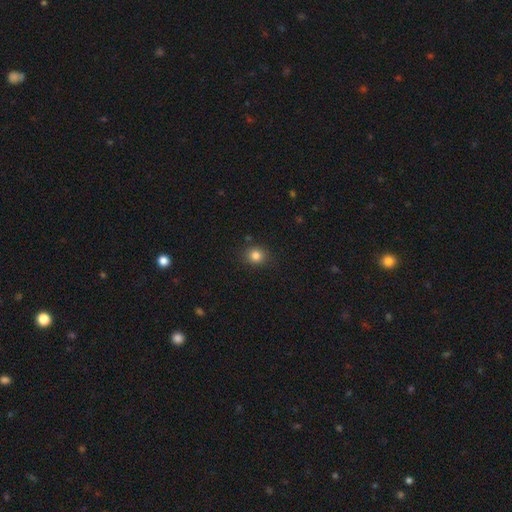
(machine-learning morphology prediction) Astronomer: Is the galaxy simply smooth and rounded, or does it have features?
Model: smooth — 82%.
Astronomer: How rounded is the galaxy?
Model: round — 80%.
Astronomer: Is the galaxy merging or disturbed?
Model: none — 87%.